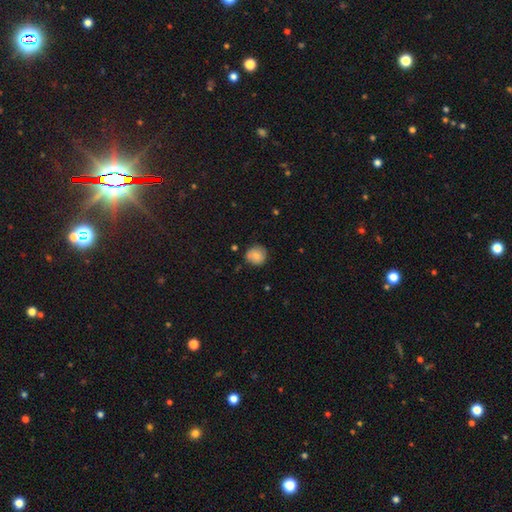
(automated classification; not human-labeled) A smooth galaxy with no disk features (81%) that is round (88%).

Vote fractions:
- Smooth or featured? smooth: 81% / featured or disk: 11% / star or artifact: 8%
- How rounded? round: 88% / in between: 11% / cigar-shaped: 1%
- Merging? none: 77% / minor disturbance: 17% / major disturbance: 3% / merger: 2%